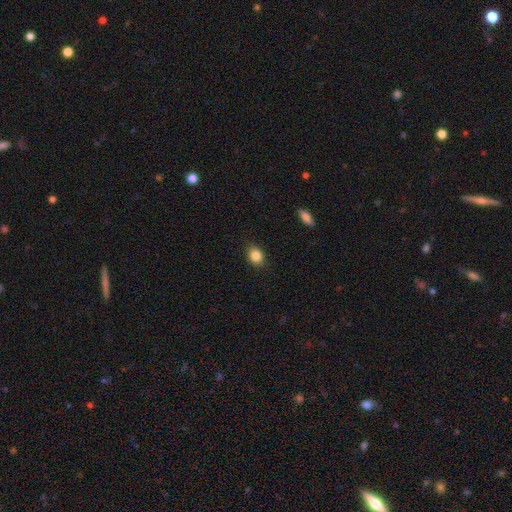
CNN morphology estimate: Q: Smooth or featured?
A: smooth (86%); runner-up: star or artifact (9%)
Q: How rounded?
A: in between (55%); runner-up: round (44%)
Q: Merging?
A: none (86%); runner-up: minor disturbance (11%)